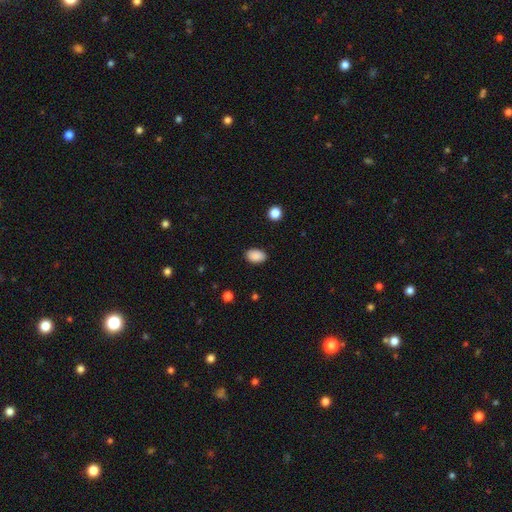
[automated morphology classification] A smooth galaxy with no disk features (89%) that is in between round and cigar-shaped (87%).

Vote fractions:
- Smooth or featured? smooth: 89% / star or artifact: 8% / featured or disk: 3%
- How rounded? in between: 87% / round: 12% / cigar-shaped: 1%
- Merging? none: 87% / minor disturbance: 10% / major disturbance: 2% / merger: 1%